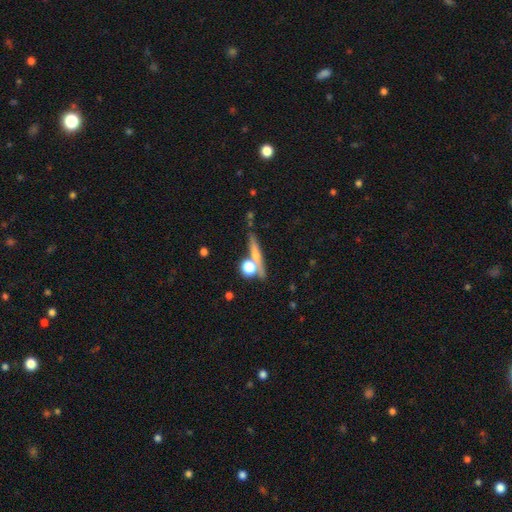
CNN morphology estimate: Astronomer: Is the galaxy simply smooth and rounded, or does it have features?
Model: smooth — 52% (runner-up: featured or disk, 35%).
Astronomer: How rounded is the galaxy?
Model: cigar-shaped — 64%.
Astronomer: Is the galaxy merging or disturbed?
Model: none — 69%.